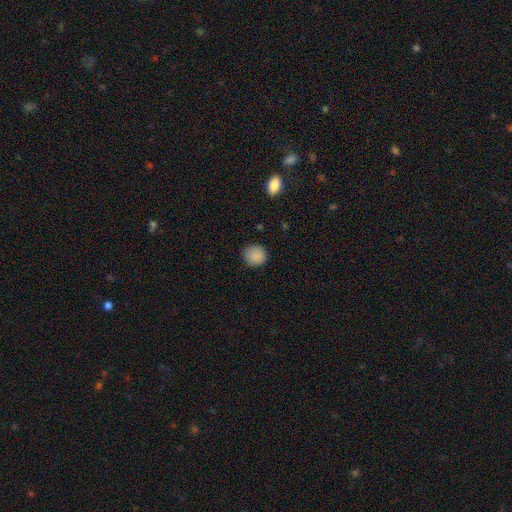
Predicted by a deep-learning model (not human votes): smooth-or-featured: smooth: 88% | star or artifact: 9% | featured or disk: 3%
  how-rounded: round: 87% | in between: 12% | cigar-shaped: 1%
  merging: none: 87% | minor disturbance: 10% | major disturbance: 2% | merger: 1%